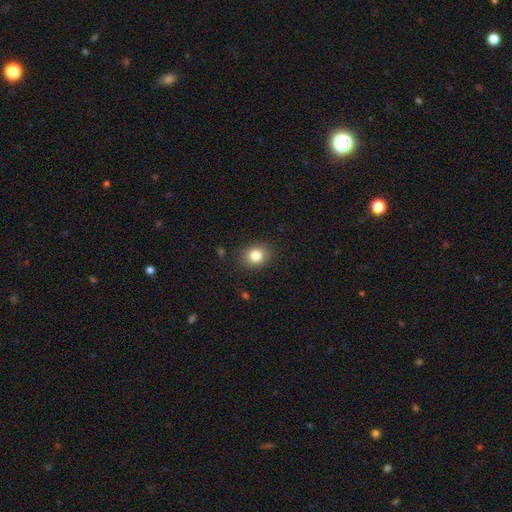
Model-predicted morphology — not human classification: A smooth galaxy with no disk features (83%) that is round (61%).

Vote fractions:
- Smooth or featured? smooth: 83% / star or artifact: 10% / featured or disk: 7%
- How rounded? round: 61% / in between: 38% / cigar-shaped: 1%
- Merging? none: 87% / minor disturbance: 9% / major disturbance: 3% / merger: 1%